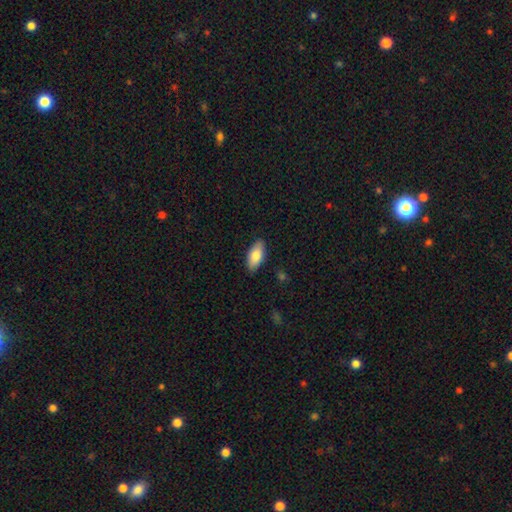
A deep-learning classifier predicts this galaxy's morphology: Smooth or featured? Predicted: smooth (p=0.82). How rounded? Predicted: in between (p=0.89). Merging? Predicted: none (p=0.87).